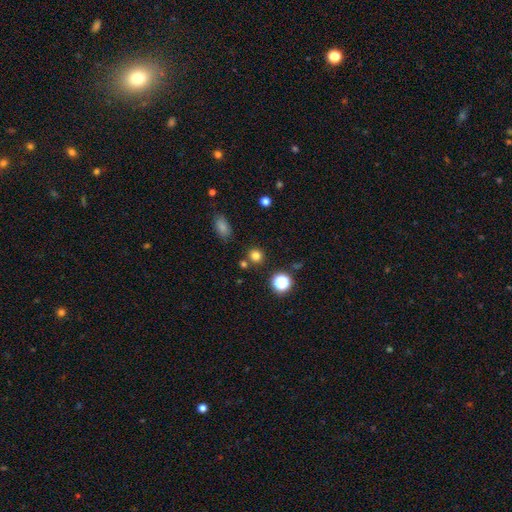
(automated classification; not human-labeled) smooth_or_featured: smooth (p=0.79) [alt: star or artifact p=0.16]
how_rounded: round (p=0.89) [alt: in between p=0.10]
merging: none (p=0.83) [alt: minor disturbance p=0.08]